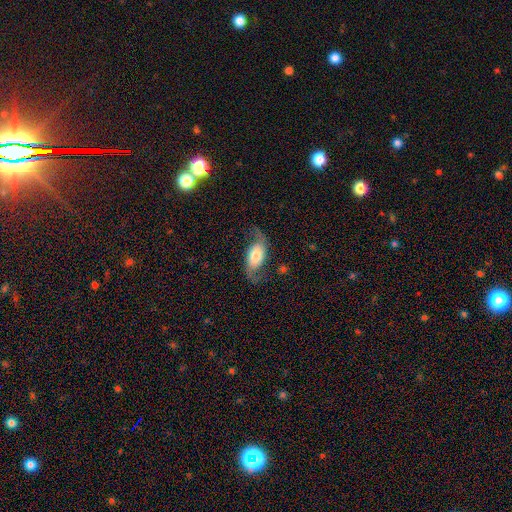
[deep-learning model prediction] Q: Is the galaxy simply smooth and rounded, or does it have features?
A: featured or disk — 72%.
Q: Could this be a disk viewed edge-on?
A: no — 93%.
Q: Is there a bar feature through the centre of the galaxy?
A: no — 61%.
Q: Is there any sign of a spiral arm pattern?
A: yes — 94%.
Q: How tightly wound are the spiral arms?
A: loose — 75%.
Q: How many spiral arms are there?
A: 2 — 93%.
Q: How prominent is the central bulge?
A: moderate — 42%.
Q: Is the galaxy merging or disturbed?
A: none — 68%.